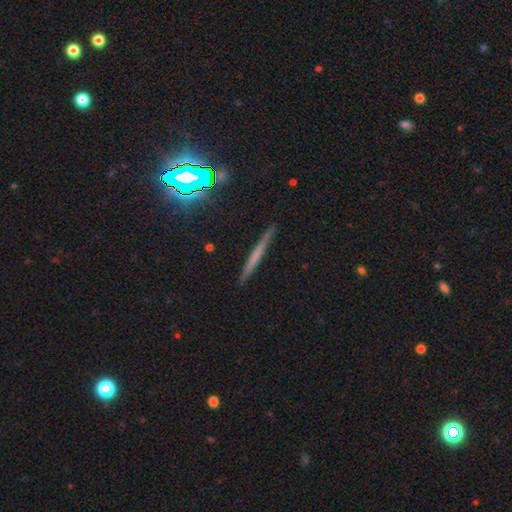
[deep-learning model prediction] This is possibly a featured or disk galaxy (45%). Merging: clearly none (90%).